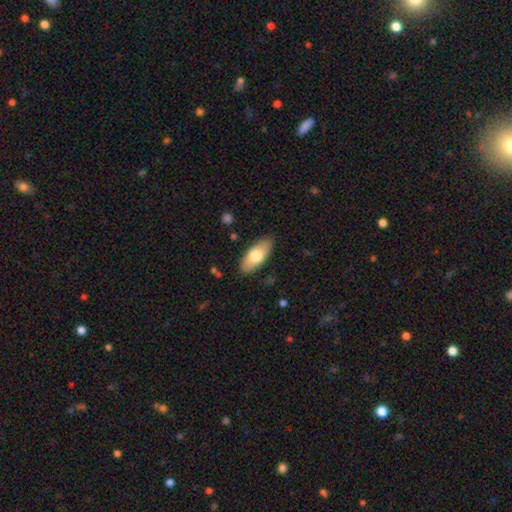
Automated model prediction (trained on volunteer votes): A smooth galaxy with no disk features (71%) that is in between round and cigar-shaped (86%).

Vote fractions:
- Smooth or featured? smooth: 71% / featured or disk: 23% / star or artifact: 6%
- How rounded? in between: 86% / cigar-shaped: 12% / round: 2%
- Merging? none: 87% / minor disturbance: 10% / major disturbance: 2% / merger: 1%